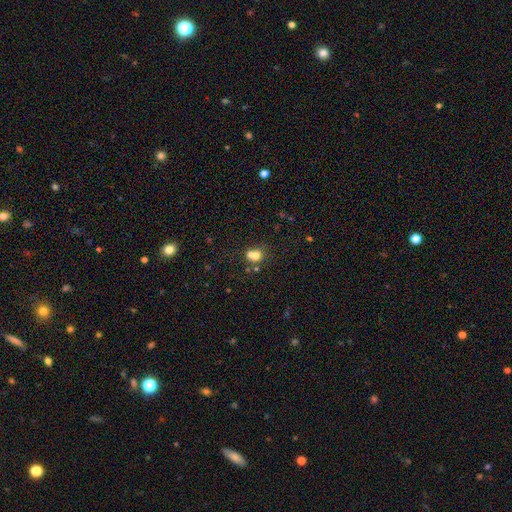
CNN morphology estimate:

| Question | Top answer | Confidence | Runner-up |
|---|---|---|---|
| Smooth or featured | smooth | 67% | featured or disk (17%) |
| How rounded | round | 74% | in between (25%) |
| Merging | merger | 55% | none (33%) |